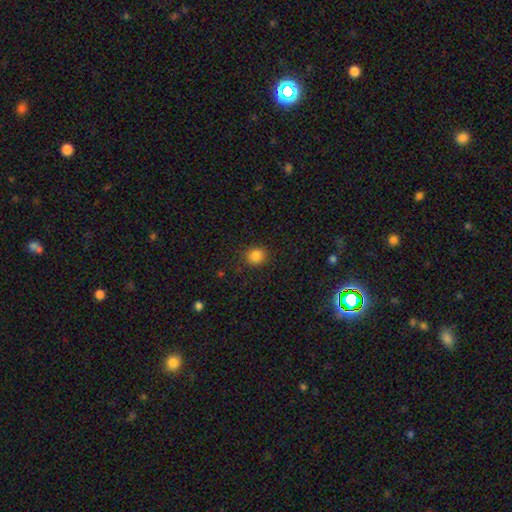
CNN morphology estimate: A smooth galaxy with no disk features (84%) that is round (81%). Merging: none (87%).